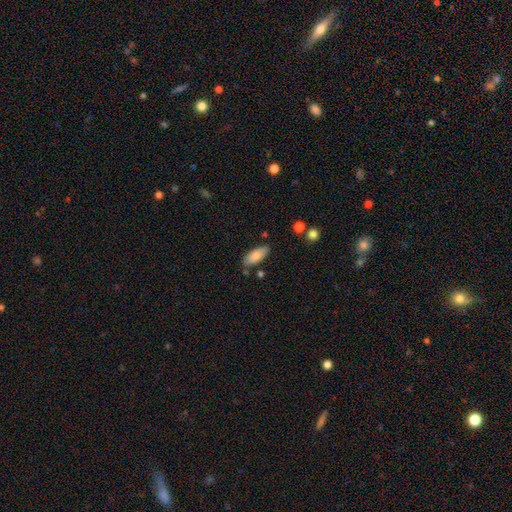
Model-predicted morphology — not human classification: A smooth galaxy with no disk features (83%) that is in between round and cigar-shaped (84%).

Vote fractions:
- Smooth or featured? smooth: 83% / featured or disk: 10% / star or artifact: 6%
- How rounded? in between: 84% / cigar-shaped: 15% / round: 2%
- Merging? none: 77% / minor disturbance: 16% / merger: 5% / major disturbance: 3%